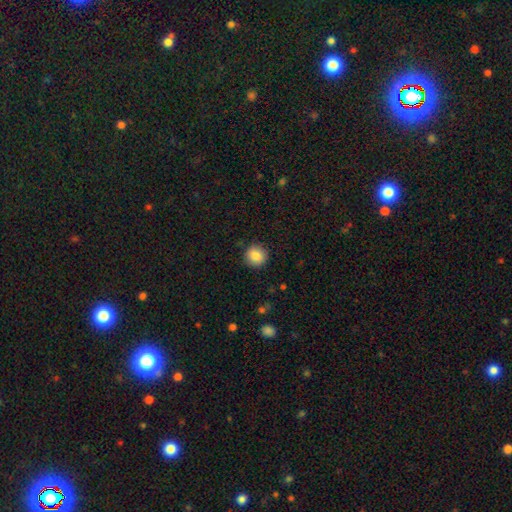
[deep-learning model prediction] The model was most divided on "smooth or featured": smooth: 85%, star or artifact: 9%, featured or disk: 6%. More confident: how rounded — round (94%); merging — none (91%).